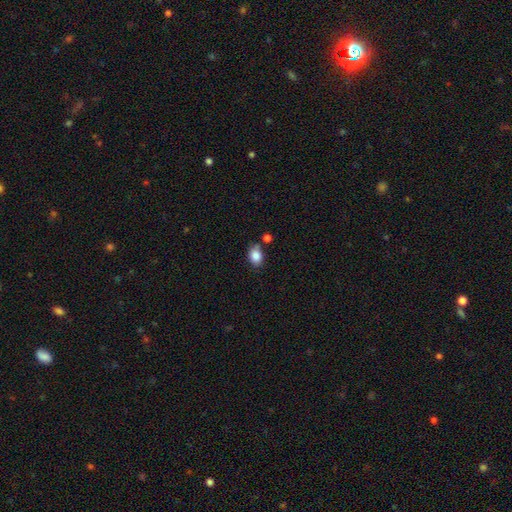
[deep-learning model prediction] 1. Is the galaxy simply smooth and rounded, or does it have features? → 86% smooth, 9% star or artifact, 6% featured or disk.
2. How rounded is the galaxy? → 72% in between, 27% round, 1% cigar-shaped.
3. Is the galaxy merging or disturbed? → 67% none, 17% minor disturbance, 12% merger, 4% major disturbance.